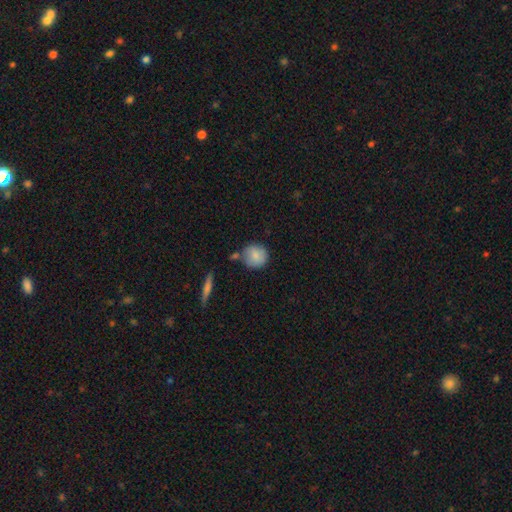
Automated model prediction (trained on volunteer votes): smooth 85%, featured or disk 8%, star or artifact 7%. Down the decision tree: how rounded — round (90%); merging — none (72%).